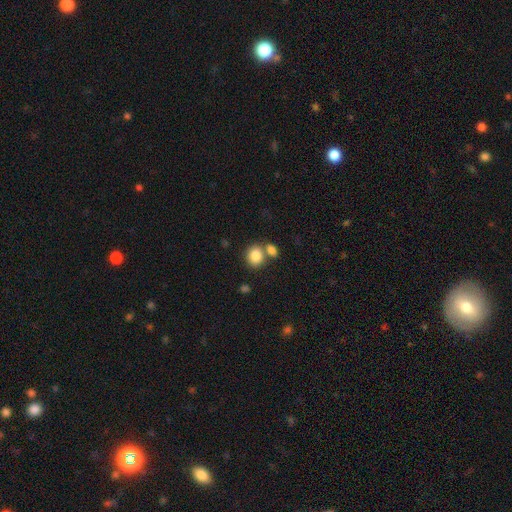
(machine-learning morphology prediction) smooth 84%, star or artifact 9%, featured or disk 7%. Down the decision tree: how rounded — round (65%); merging — none (53%).